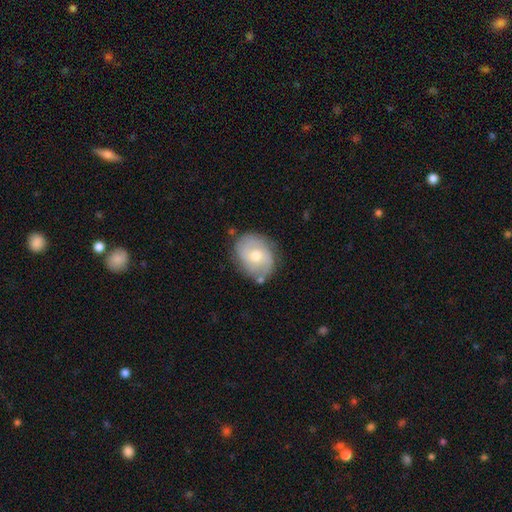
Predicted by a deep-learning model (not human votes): Overall: featured or disk (63%; smooth 29%). Edge-on disk: no (97%). Bar: no (61%; weak 34%). Spiral arms: yes (85%). Spiral arm count: 2 (65%). Spiral winding: medium (43%; tight 37%). Bulge size: moderate (62%; small 34%). Merging: none (74%).